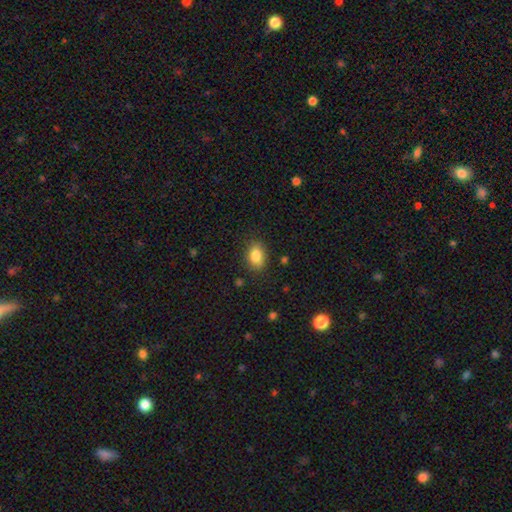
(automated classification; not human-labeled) A smooth galaxy with no disk features (85%) that is in between round and cigar-shaped (80%).

Vote fractions:
- Smooth or featured? smooth: 85% / star or artifact: 8% / featured or disk: 7%
- How rounded? in between: 80% / round: 19% / cigar-shaped: 1%
- Merging? none: 83% / minor disturbance: 13% / major disturbance: 3% / merger: 1%